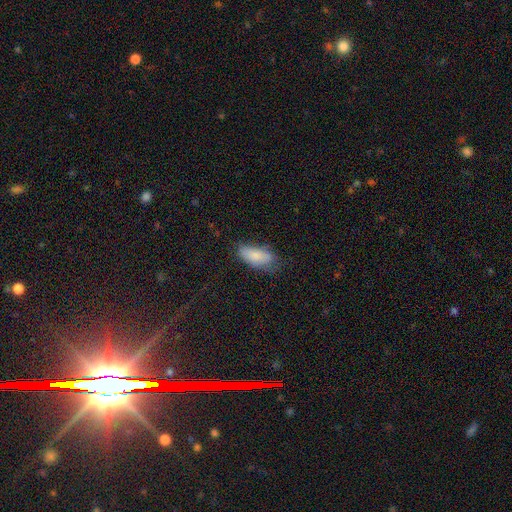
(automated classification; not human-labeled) This is clearly a smooth galaxy (82%). How rounded: clearly in between (86%). Merging: possibly none (55%).